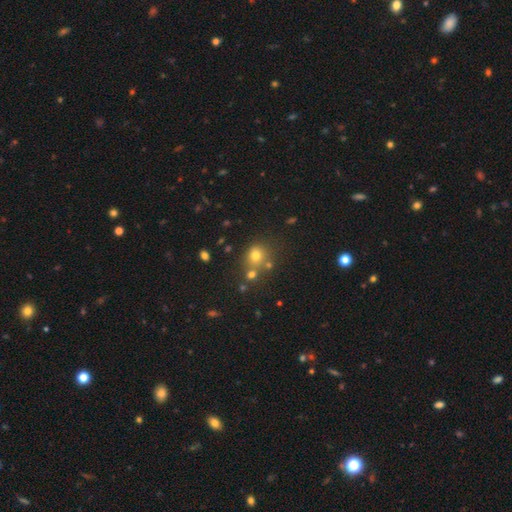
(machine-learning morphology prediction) smooth 70%, star or artifact 20%, featured or disk 10%. Down the decision tree: how rounded — round (83%); merging — none (63%).